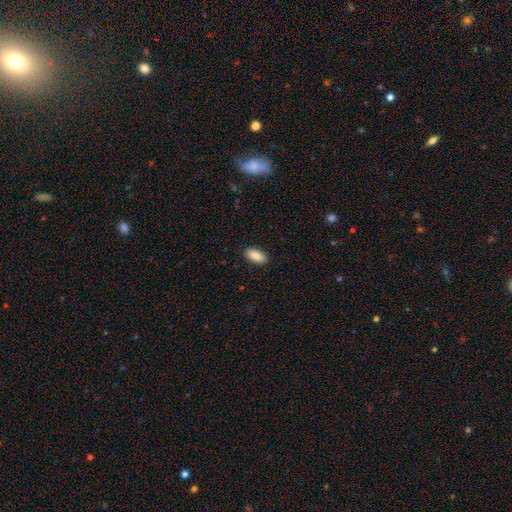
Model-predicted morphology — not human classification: smooth 90%, star or artifact 6%, featured or disk 3%. Down the decision tree: how rounded — in between (93%); merging — none (90%).